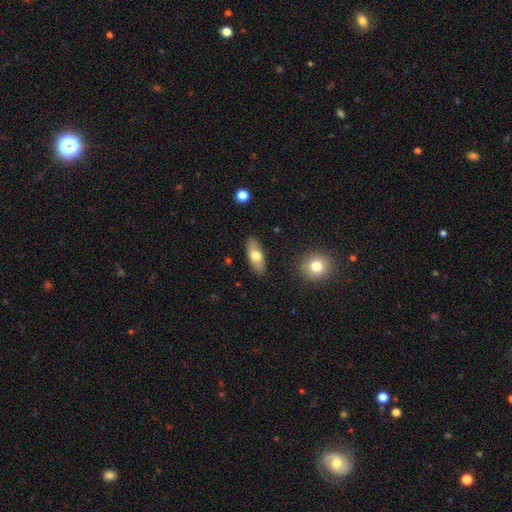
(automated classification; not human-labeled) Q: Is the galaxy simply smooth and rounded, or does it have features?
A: smooth — 69%.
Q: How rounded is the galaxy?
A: in between — 82%.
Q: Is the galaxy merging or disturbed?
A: none — 86%.